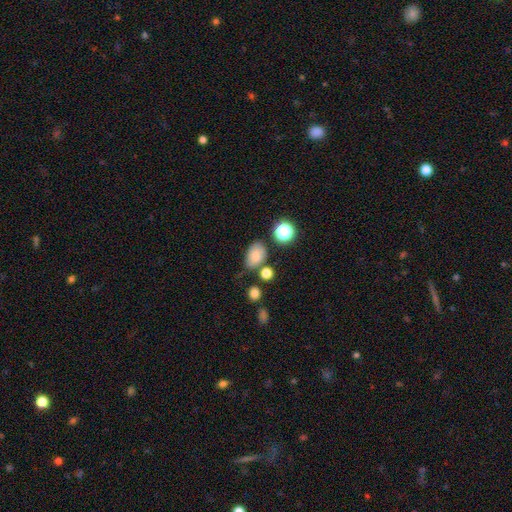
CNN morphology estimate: smooth_or_featured: smooth (p=0.76) [alt: star or artifact p=0.12]
how_rounded: in between (p=0.79) [alt: round p=0.19]
merging: none (p=0.62) [alt: minor disturbance p=0.23]